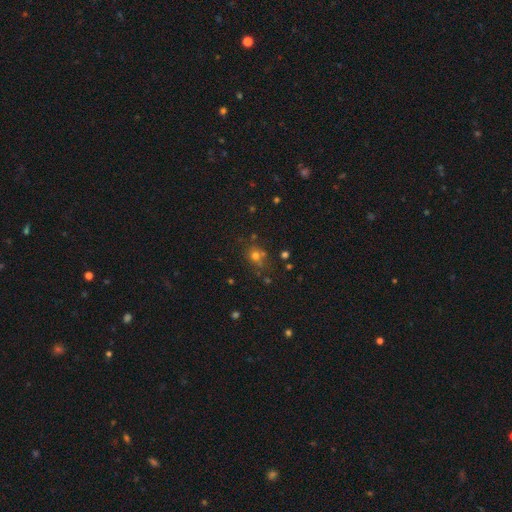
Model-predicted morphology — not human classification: Smooth or featured?
  - smooth: 66% *
  - star or artifact: 23%
  - featured or disk: 11%
How rounded?
  - round: 77% *
  - in between: 22%
  - cigar-shaped: 1%
Merging?
  - none: 66% *
  - minor disturbance: 15%
  - merger: 14%
  - major disturbance: 6%